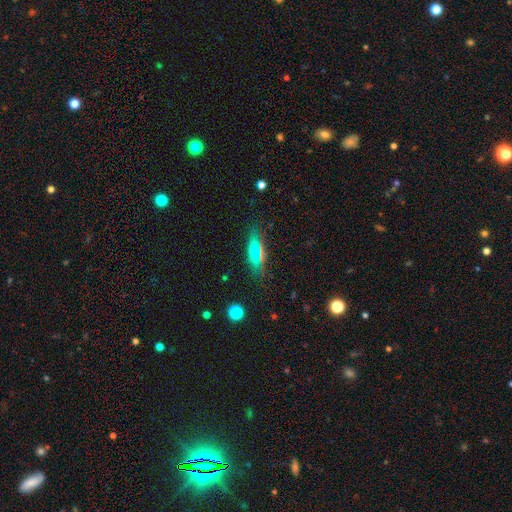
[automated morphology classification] smooth 60%, featured or disk 20%, star or artifact 19%. Down the decision tree: how rounded — in between (70%); merging — none (81%).